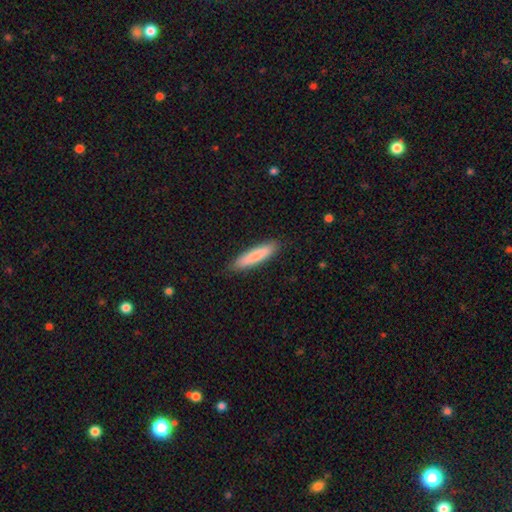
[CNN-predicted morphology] Smooth or featured?
  - smooth: 82% *
  - featured or disk: 13%
  - star or artifact: 6%
How rounded?
  - cigar-shaped: 81% *
  - in between: 18%
  - round: 1%
Merging?
  - none: 88% *
  - minor disturbance: 9%
  - major disturbance: 2%
  - merger: 1%